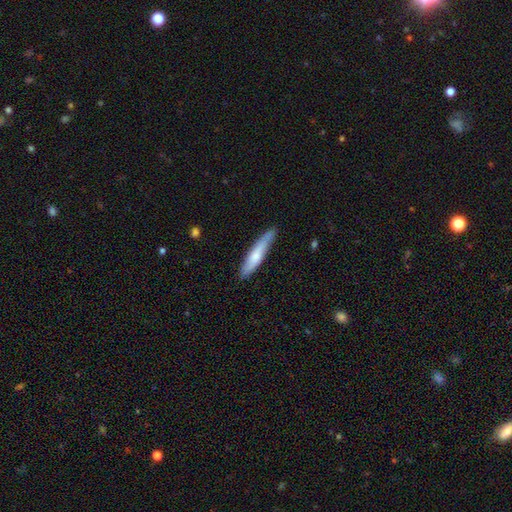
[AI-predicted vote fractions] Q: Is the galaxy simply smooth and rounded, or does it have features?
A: smooth — 66%.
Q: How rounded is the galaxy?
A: cigar-shaped — 89%.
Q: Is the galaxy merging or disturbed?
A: none — 80%.